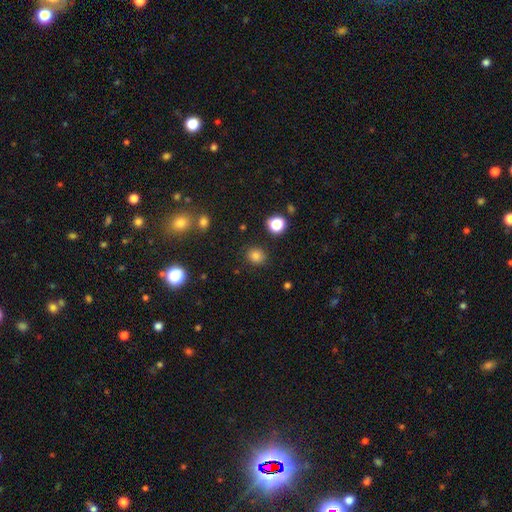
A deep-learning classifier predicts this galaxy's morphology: Smooth or featured? Predicted: smooth (p=0.81). How rounded? Predicted: round (p=0.74). Merging? Predicted: none (p=0.87).